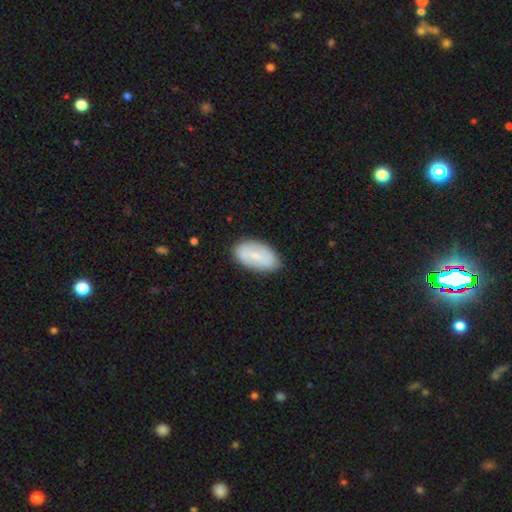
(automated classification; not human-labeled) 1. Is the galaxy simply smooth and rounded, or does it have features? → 53% smooth, 41% featured or disk, 6% star or artifact.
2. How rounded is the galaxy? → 93% in between, 4% round, 2% cigar-shaped.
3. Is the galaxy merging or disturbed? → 83% none, 13% minor disturbance, 3% major disturbance, 1% merger.